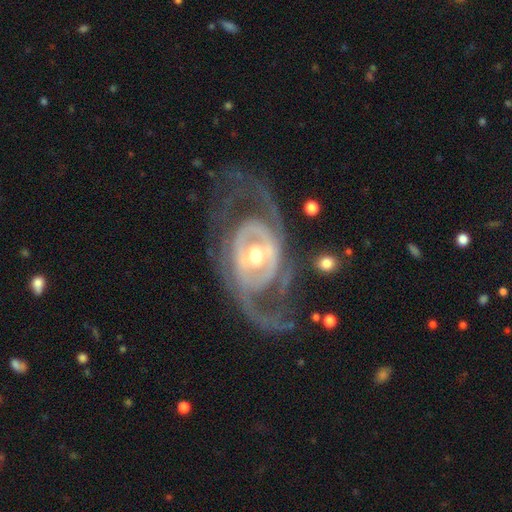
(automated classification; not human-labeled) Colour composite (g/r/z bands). It shows a featured or disk galaxy (89%) with a weak bar (37%), 2 (63%) medium (41%) spiral arms (84%) and a moderate central bulge (67%). Merging: none (58%).